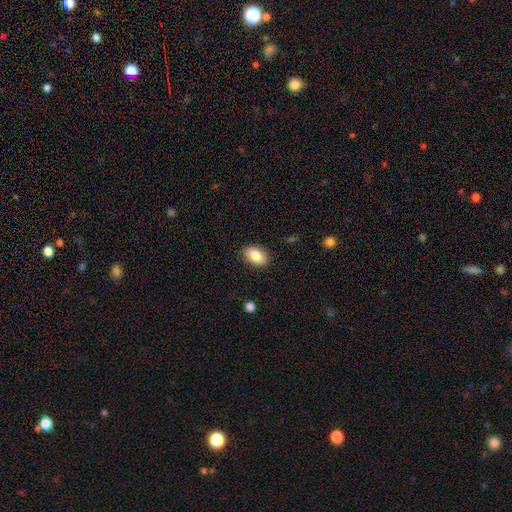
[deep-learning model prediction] Overall: smooth (86%). How rounded: in between (89%). Merging: none (87%).